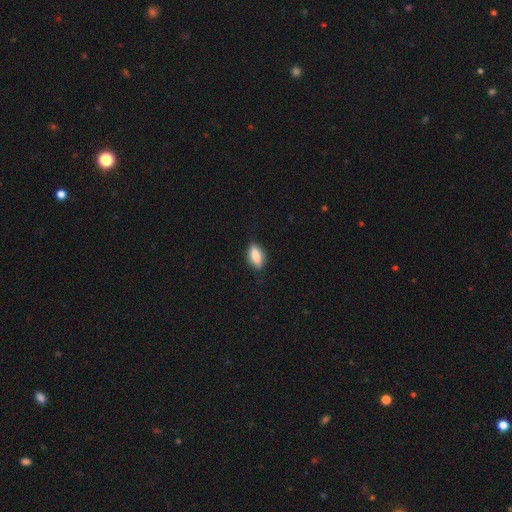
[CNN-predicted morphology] The model was most divided on "how rounded": in between: 76%, cigar-shaped: 20%, round: 4%. More confident: merging — none (84%); smooth or featured — smooth (77%).